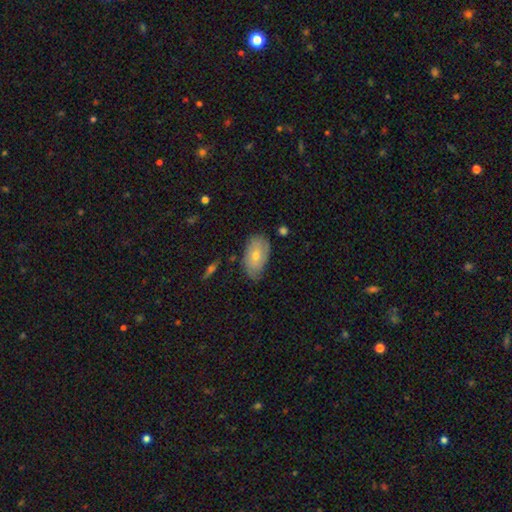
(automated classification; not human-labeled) Overall: smooth (55%; featured or disk 37%). How rounded: in between (92%). Merging: none (66%; minor disturbance 28%).